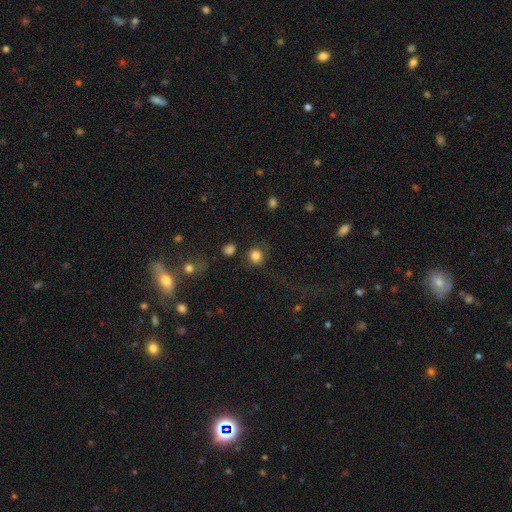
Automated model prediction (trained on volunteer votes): Morphology: type=smooth (83%); roundness=round (89%); merging=none (76%).